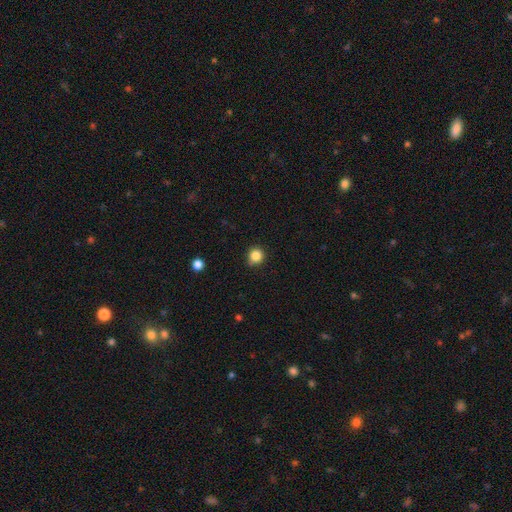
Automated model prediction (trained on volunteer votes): Smooth or featured? smooth (85%)
How rounded? round (91%)
Merging? none (80%)